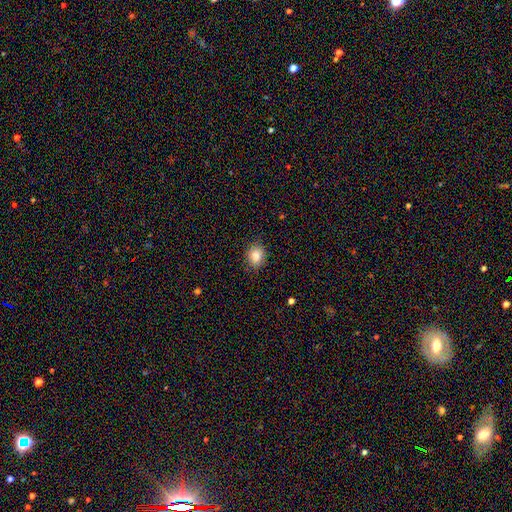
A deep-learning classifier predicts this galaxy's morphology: Smooth or featured?
  - smooth: 84% *
  - star or artifact: 9%
  - featured or disk: 7%
How rounded?
  - round: 51% *
  - in between: 48%
  - cigar-shaped: 1%
Merging?
  - none: 85% *
  - minor disturbance: 11%
  - major disturbance: 2%
  - merger: 1%